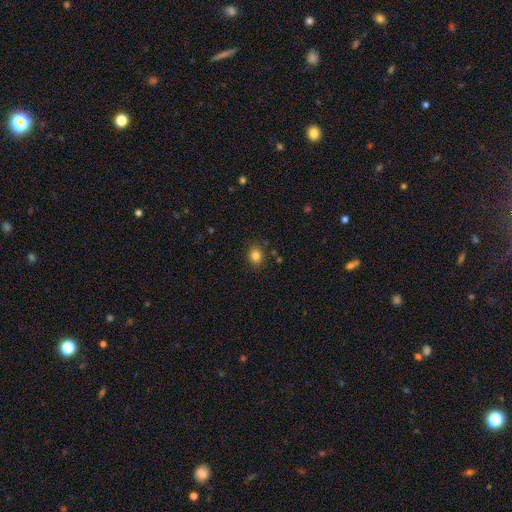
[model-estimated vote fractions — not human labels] Smooth or featured: smooth — 83% (star or artifact — 12%)
How rounded: round — 69% (in between — 30%)
Merging: none — 85% (minor disturbance — 10%)